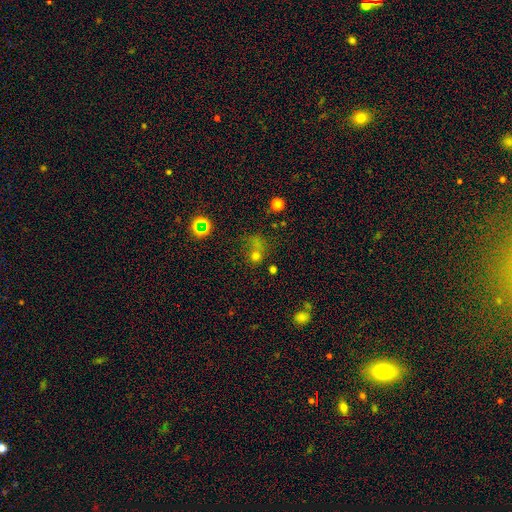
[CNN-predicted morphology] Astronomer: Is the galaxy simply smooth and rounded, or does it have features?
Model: star or artifact — 48% (runner-up: smooth, 38%).